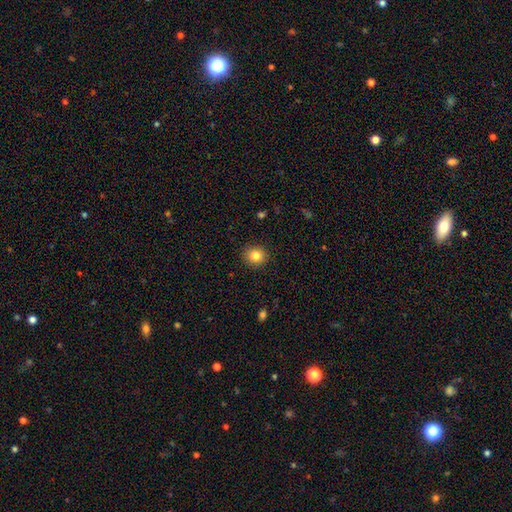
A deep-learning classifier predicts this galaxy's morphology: Overall: smooth (83%). How rounded: round (88%). Merging: none (91%).